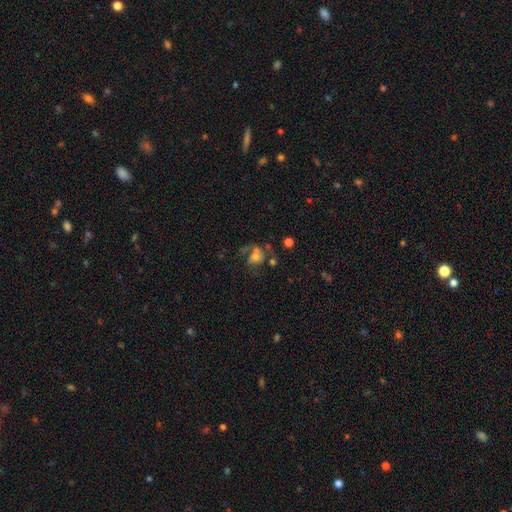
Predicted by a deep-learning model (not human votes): The model was most divided on "merging": major disturbance: 30%, none: 29%, merger: 26%, minor disturbance: 14%. Remaining: smooth or featured — featured or disk (45%).